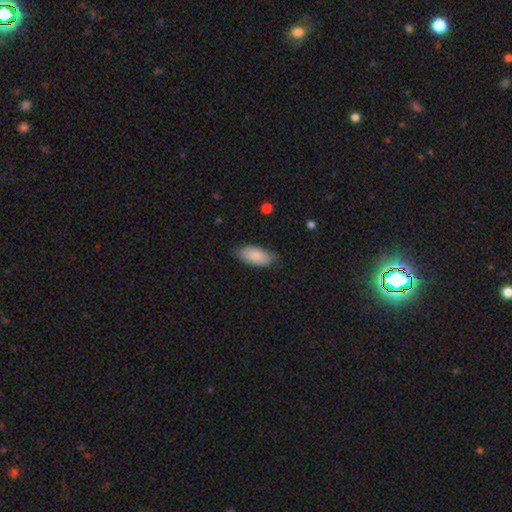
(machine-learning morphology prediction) smooth-or-featured: smooth: 88% | featured or disk: 7% | star or artifact: 6%
  how-rounded: in between: 91% | cigar-shaped: 8% | round: 2%
  merging: none: 78% | minor disturbance: 18% | major disturbance: 3% | merger: 1%